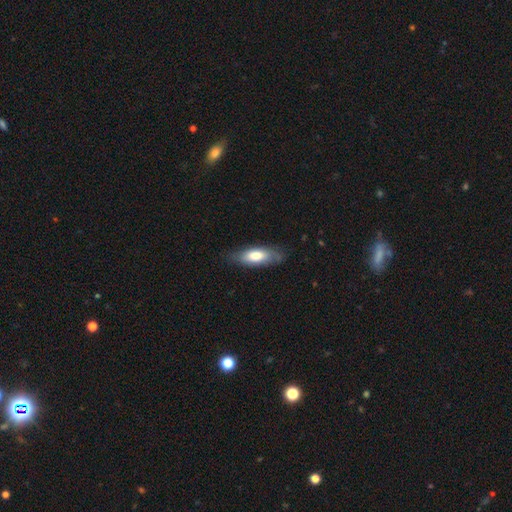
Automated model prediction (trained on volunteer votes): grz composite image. It shows a smooth galaxy with no disk features (71%) that is in between round and cigar-shaped (69%). Merging: none (74%).